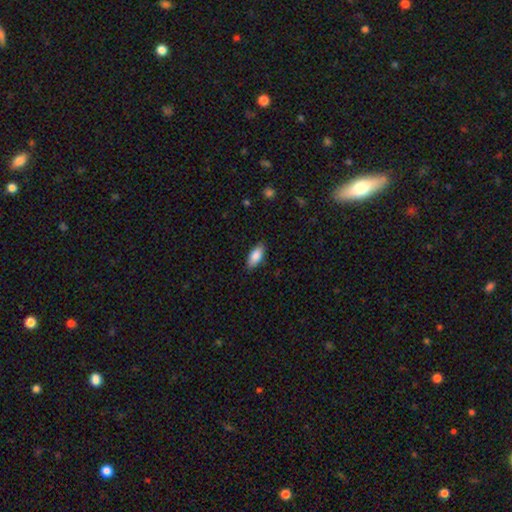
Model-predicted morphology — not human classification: The model was most divided on "merging": none: 86%, minor disturbance: 11%, major disturbance: 2%, merger: 1%. More confident: how rounded — in between (88%); smooth or featured — smooth (86%).